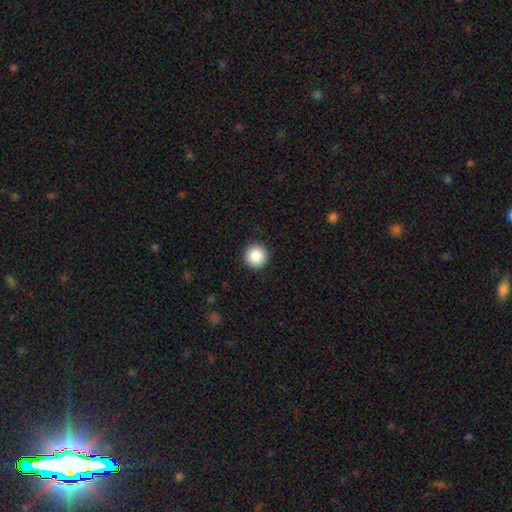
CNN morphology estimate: The model was most divided on "smooth or featured": smooth: 88%, star or artifact: 9%, featured or disk: 4%. More confident: how rounded — round (96%); merging — none (93%).